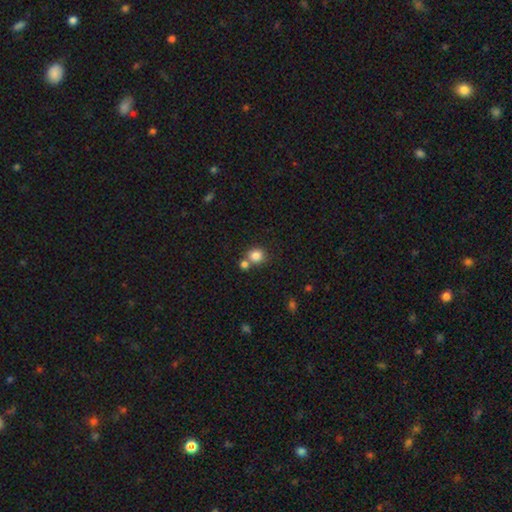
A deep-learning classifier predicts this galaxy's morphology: Overall: smooth (83%). How rounded: round (87%). Merging: none (60%; merger 30%).